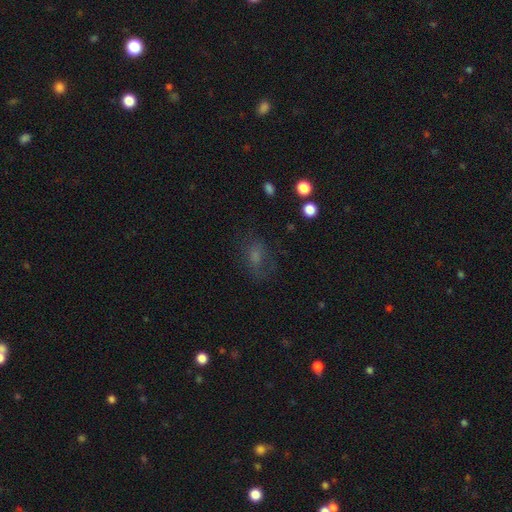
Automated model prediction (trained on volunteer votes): This is possibly a smooth galaxy (56%). How rounded: likely in between (69%). Merging: likely none (61%).